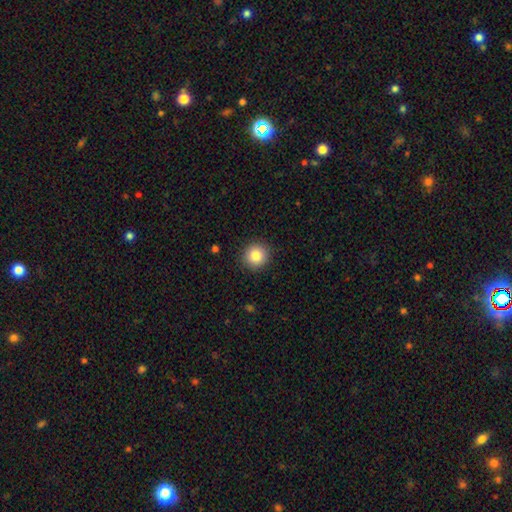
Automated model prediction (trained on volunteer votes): This is clearly a smooth galaxy (85%). How rounded: clearly round (93%). Merging: clearly none (91%).